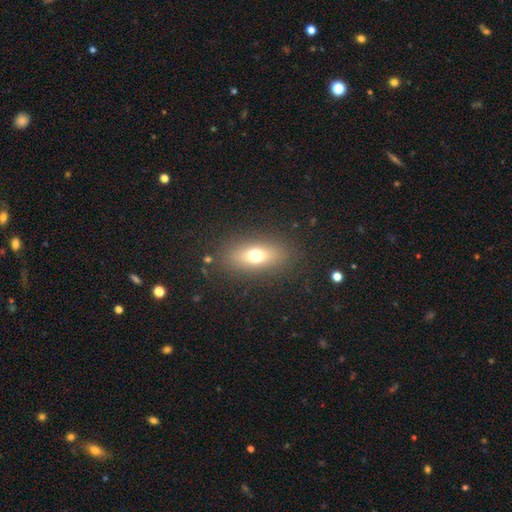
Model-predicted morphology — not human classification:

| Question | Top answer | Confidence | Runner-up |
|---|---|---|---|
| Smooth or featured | smooth | 67% | featured or disk (21%) |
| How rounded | in between | 74% | round (14%) |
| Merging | none | 85% | minor disturbance (9%) |